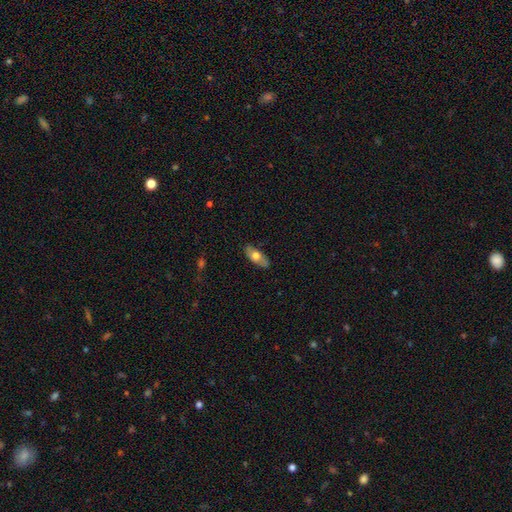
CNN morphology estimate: Smooth or featured? Predicted: smooth (p=0.59). How rounded? Predicted: in between (p=0.81). Merging? Predicted: none (p=0.83).